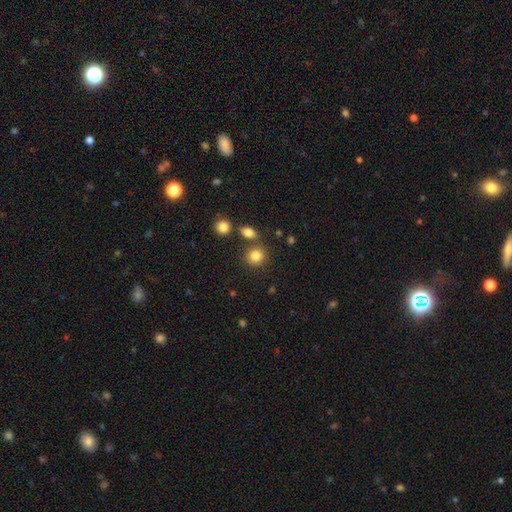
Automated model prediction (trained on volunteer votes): This is clearly a smooth galaxy (83%). How rounded: clearly round (82%). Merging: likely none (77%).